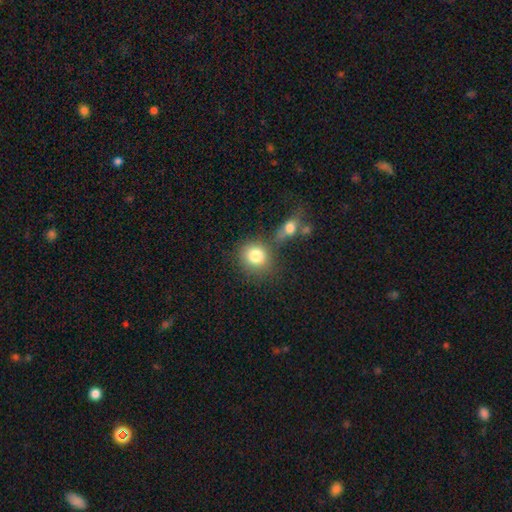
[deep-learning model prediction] Smooth or featured? smooth (81%)
How rounded? round (78%)
Merging? none (62%)